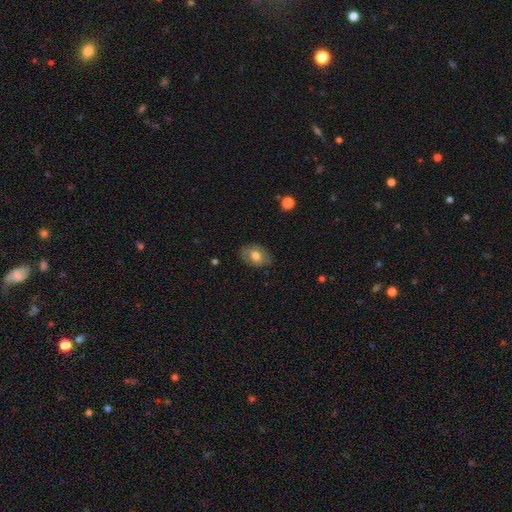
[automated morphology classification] Smooth or featured?
  - smooth: 66% *
  - featured or disk: 26%
  - star or artifact: 8%
How rounded?
  - in between: 76% *
  - round: 23%
  - cigar-shaped: 1%
Merging?
  - none: 75% *
  - minor disturbance: 19%
  - major disturbance: 5%
  - merger: 1%